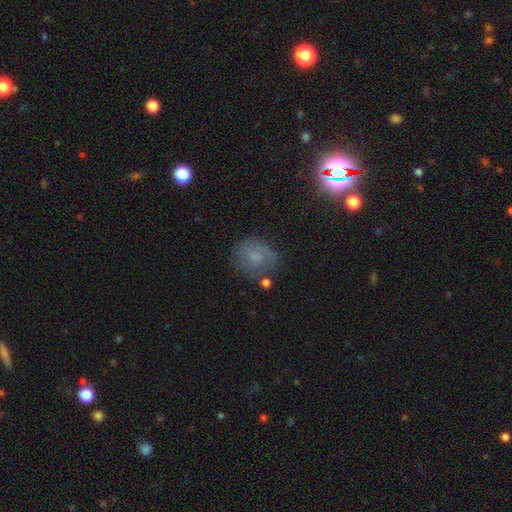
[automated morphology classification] A smooth galaxy with no disk features (58%) that is round (72%). Merging: none (65%).